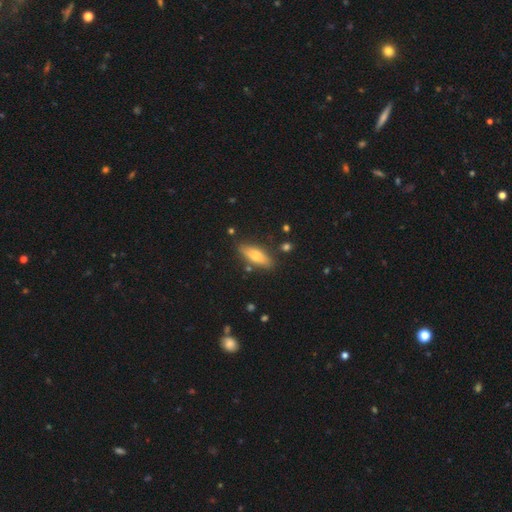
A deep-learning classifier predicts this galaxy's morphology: A smooth galaxy with no disk features (66%) that is in between round and cigar-shaped (57%). Merging: none (81%).